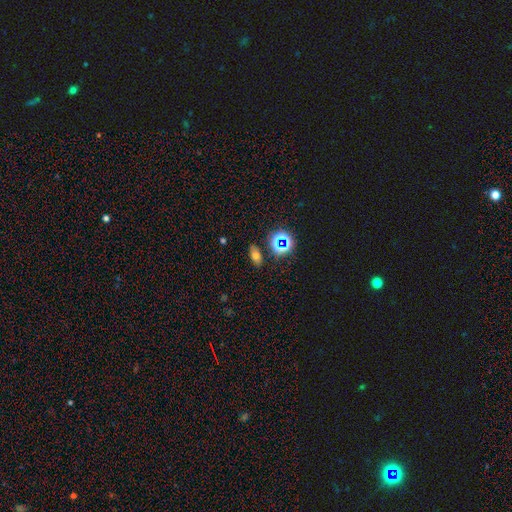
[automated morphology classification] This is likely a smooth galaxy (63%). How rounded: clearly in between (82%). Merging: clearly none (83%).